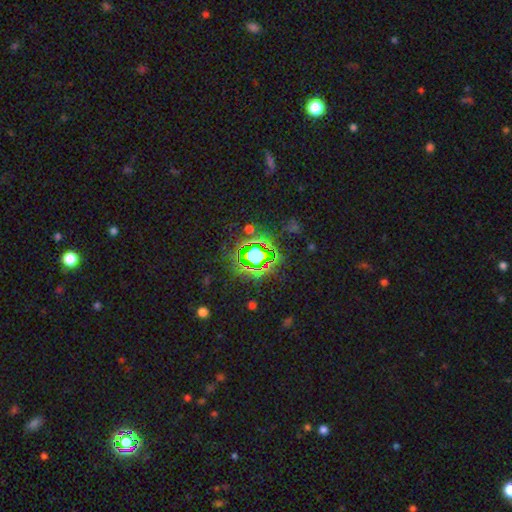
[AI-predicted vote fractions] Smooth or featured? Predicted: star or artifact (p=0.72).